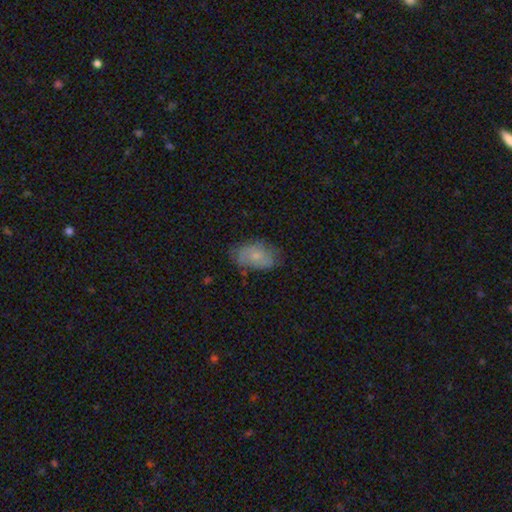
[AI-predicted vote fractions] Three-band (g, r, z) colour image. It shows a smooth galaxy with no disk features (60%) that is in between round and cigar-shaped (89%). Merging: none (62%).